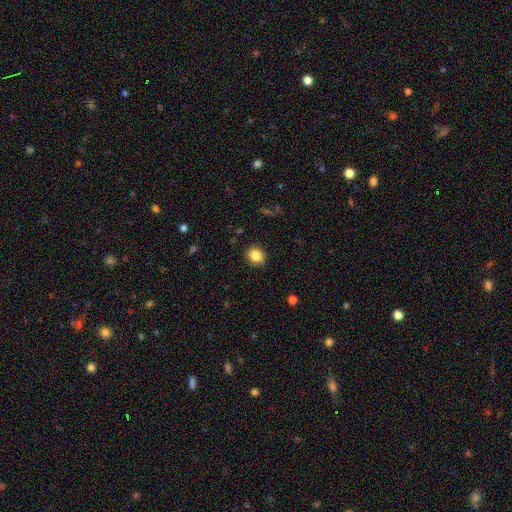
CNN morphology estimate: Q: Smooth or featured?
A: smooth (85%); runner-up: star or artifact (10%)
Q: How rounded?
A: round (76%); runner-up: in between (23%)
Q: Merging?
A: none (90%); runner-up: minor disturbance (7%)